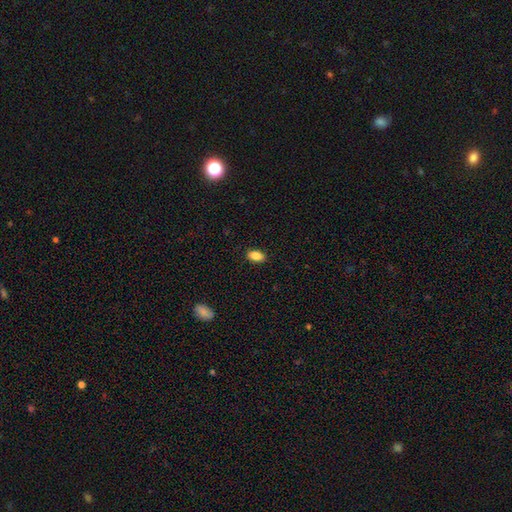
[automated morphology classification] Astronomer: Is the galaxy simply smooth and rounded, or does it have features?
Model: smooth — 86%.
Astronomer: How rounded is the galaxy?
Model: in between — 90%.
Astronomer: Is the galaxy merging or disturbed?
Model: none — 89%.